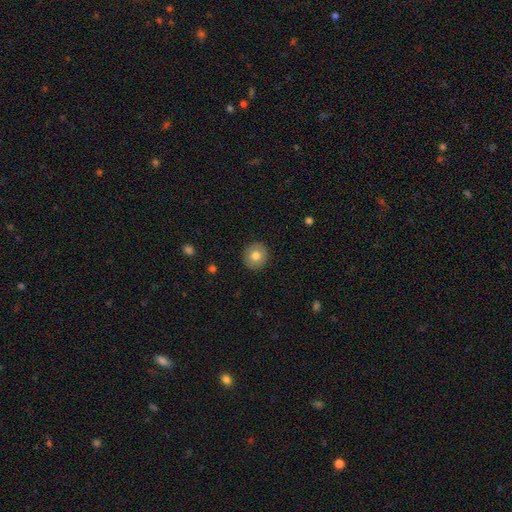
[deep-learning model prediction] Overall: smooth (77%). How rounded: round (90%). Merging: none (91%).